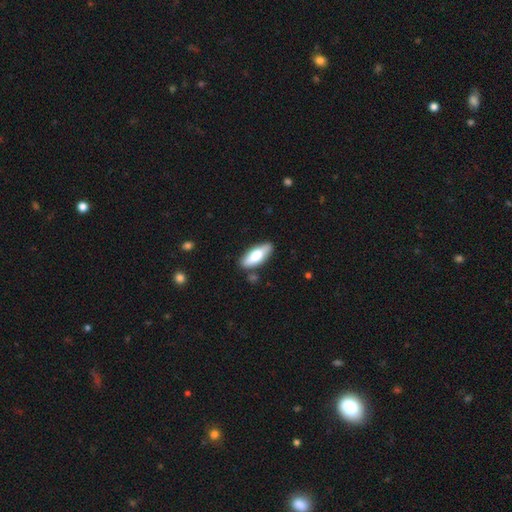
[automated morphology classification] smooth 71%, featured or disk 24%, star or artifact 5%. Down the decision tree: how rounded — in between (71%); merging — none (82%).